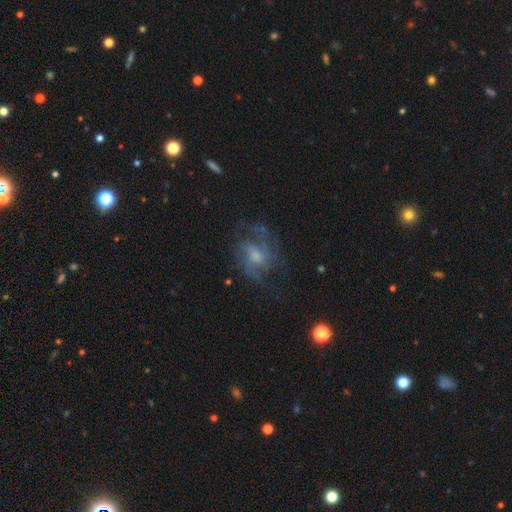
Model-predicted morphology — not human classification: featured or disk 75%, smooth 15%, star or artifact 11%. Down the decision tree: edge-on disk — no (97%); bar — no (58%); spiral arms — yes (89%); spiral arm count — 2 (32%); spiral winding — medium (49%); bulge size — moderate (45%); merging — none (63%).